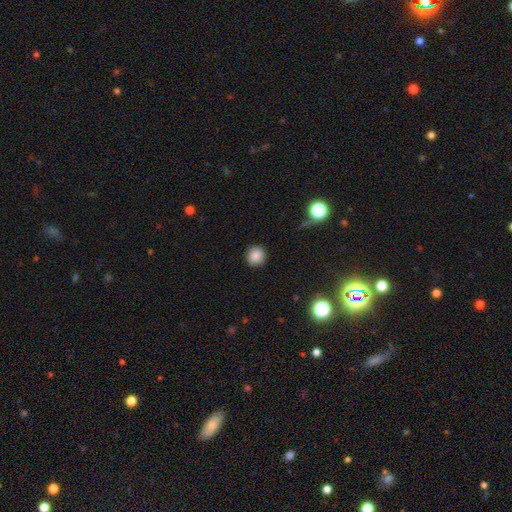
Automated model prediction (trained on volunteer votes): Smooth or featured?
  - smooth: 86% *
  - star or artifact: 10%
  - featured or disk: 4%
How rounded?
  - round: 93% *
  - in between: 6%
  - cigar-shaped: 1%
Merging?
  - none: 89% *
  - minor disturbance: 7%
  - major disturbance: 2%
  - merger: 1%